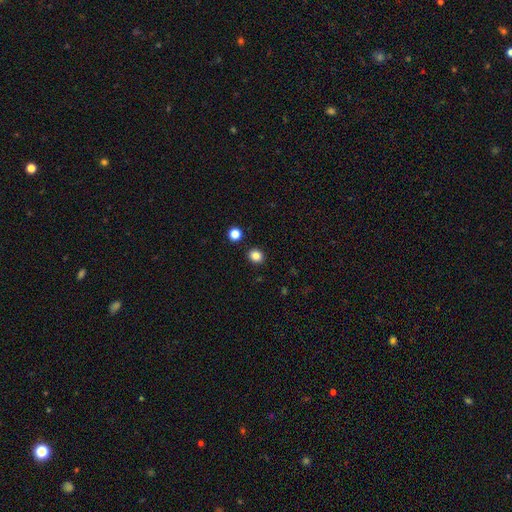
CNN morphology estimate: A smooth galaxy with no disk features (84%) that is round (73%). Merging: none (90%).